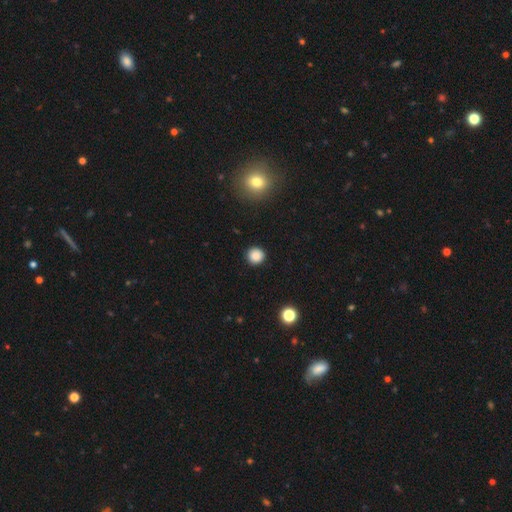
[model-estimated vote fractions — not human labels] Smooth or featured? smooth (86%)
How rounded? round (94%)
Merging? none (91%)